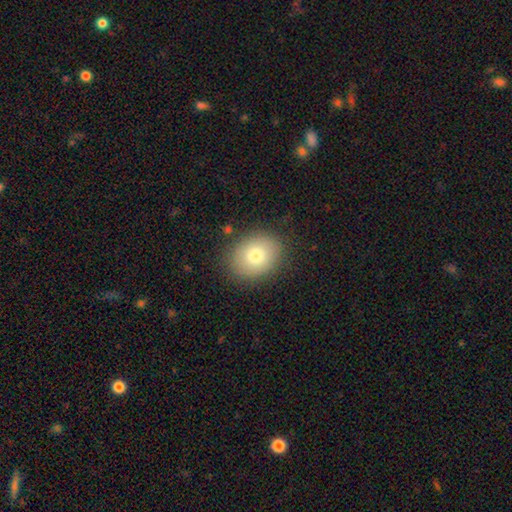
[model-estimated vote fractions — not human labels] smooth 77%, featured or disk 14%, star or artifact 9%. Down the decision tree: how rounded — in between (53%); merging — none (86%).